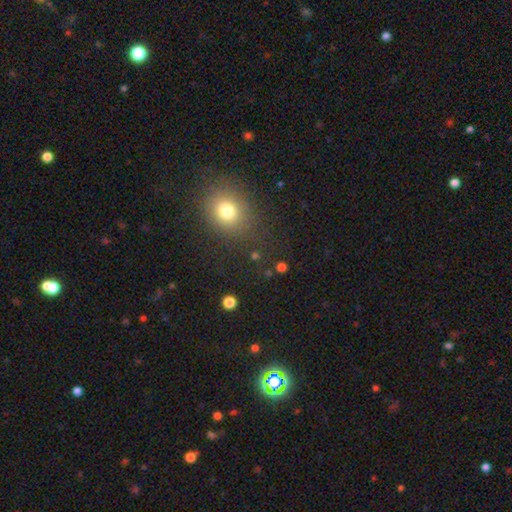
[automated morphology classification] smooth_or_featured: smooth (p=0.62) [alt: star or artifact p=0.30]
how_rounded: round (p=0.71) [alt: in between p=0.27]
merging: none (p=0.82) [alt: minor disturbance p=0.10]